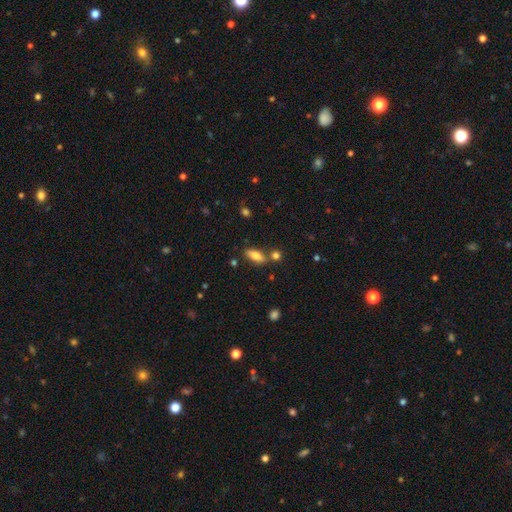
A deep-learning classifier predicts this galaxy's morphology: Smooth or featured: smooth — 78% (featured or disk — 14%)
How rounded: in between — 75% (cigar-shaped — 21%)
Merging: none — 73% (merger — 13%)